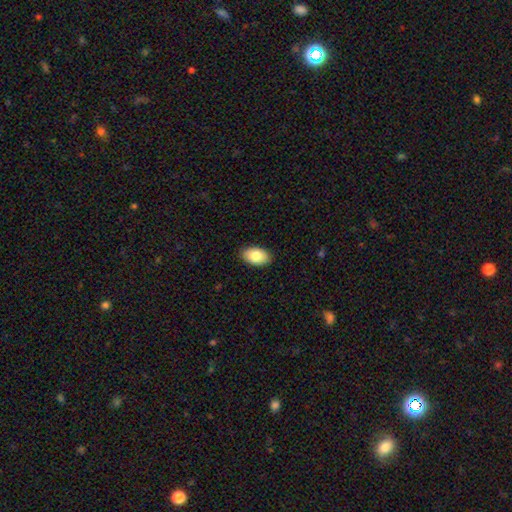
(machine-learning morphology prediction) smooth_or_featured: smooth (p=0.83) [alt: featured or disk p=0.10]
how_rounded: in between (p=0.93) [alt: round p=0.06]
merging: none (p=0.89) [alt: minor disturbance p=0.08]